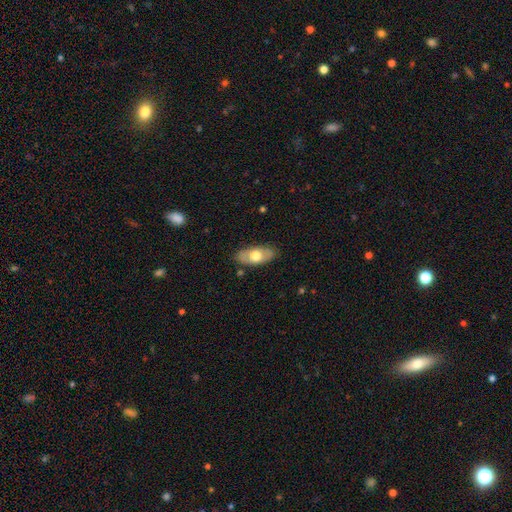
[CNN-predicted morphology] A smooth galaxy with no disk features (55%) that is in between round and cigar-shaped (89%). Merging: none (84%).